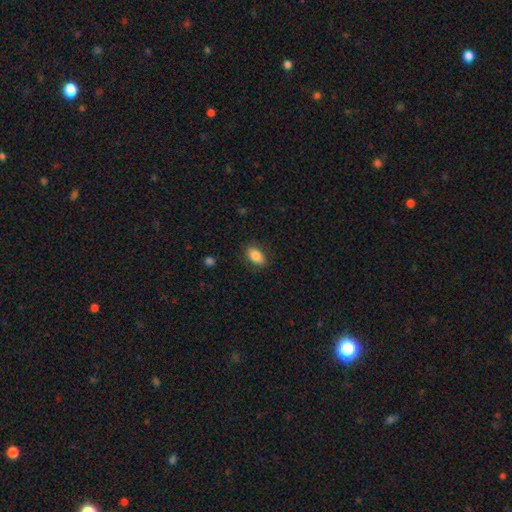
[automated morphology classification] smooth_or_featured: smooth (p=0.86) [alt: star or artifact p=0.08]
how_rounded: in between (p=0.91) [alt: round p=0.07]
merging: none (p=0.86) [alt: minor disturbance p=0.10]